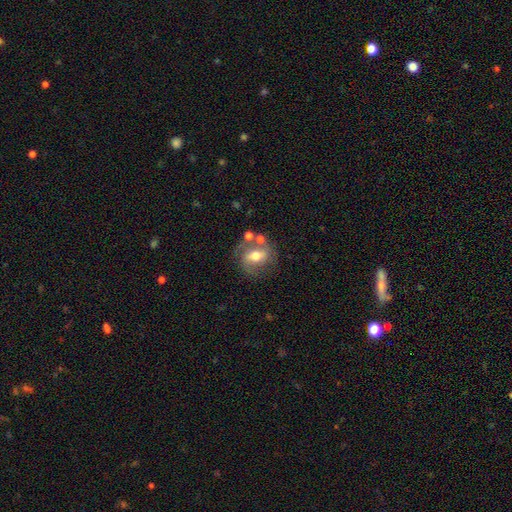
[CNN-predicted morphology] type=featured or disk (56%); edge-on=no (94%); bar=weak (38%); spiral arms=yes (67%); bulge=moderate (71%); merging=none (60%).